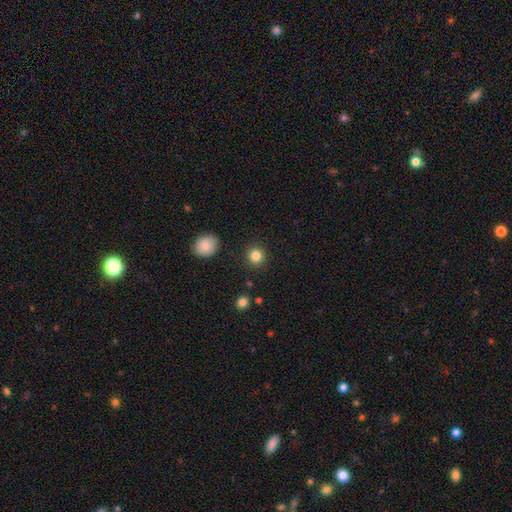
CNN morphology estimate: The model was most divided on "smooth or featured": smooth: 84%, star or artifact: 11%, featured or disk: 4%. More confident: how rounded — round (92%); merging — none (91%).